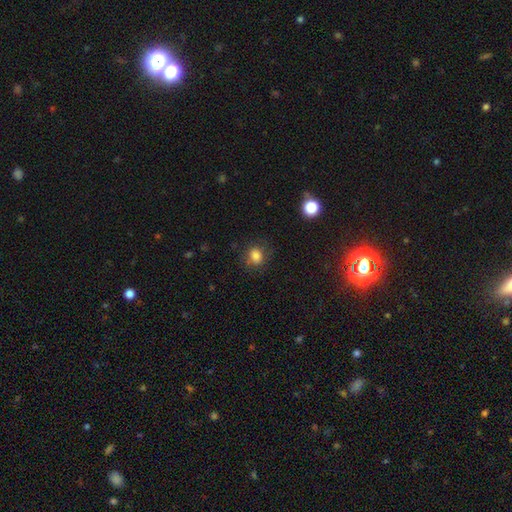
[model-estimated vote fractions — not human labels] This appears to be a smooth galaxy with no disk features (82%) that is round (63%). Merging: none (76%).